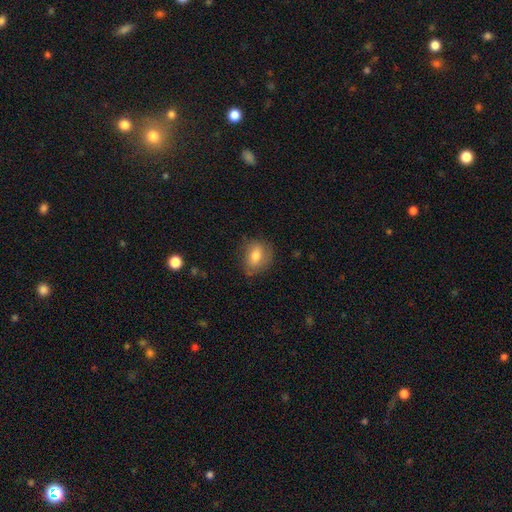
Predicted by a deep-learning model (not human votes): Overall: smooth (73%). How rounded: in between (63%; round 35%). Merging: none (73%).